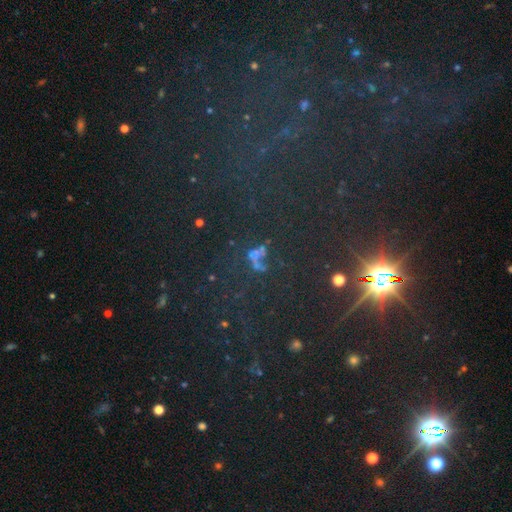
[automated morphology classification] Smooth or featured? Predicted: star or artifact (p=0.74).